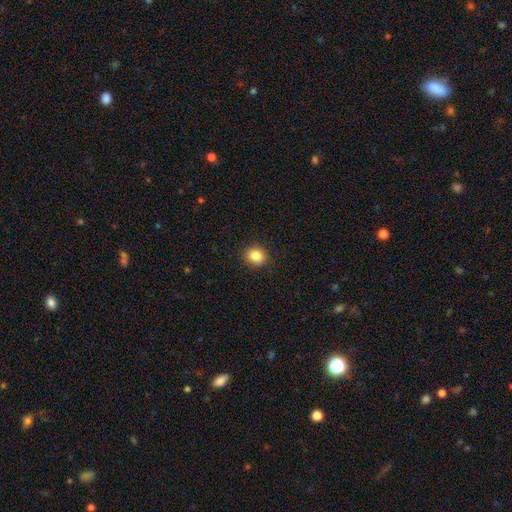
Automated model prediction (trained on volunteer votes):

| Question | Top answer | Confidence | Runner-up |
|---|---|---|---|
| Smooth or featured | smooth | 84% | star or artifact (10%) |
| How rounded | round | 79% | in between (20%) |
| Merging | none | 90% | minor disturbance (7%) |